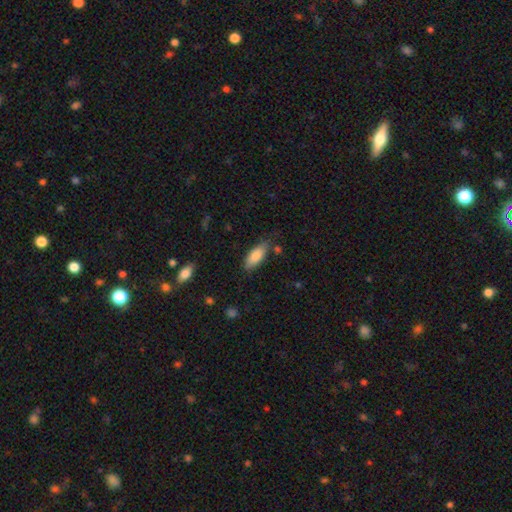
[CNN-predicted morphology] This is clearly a smooth galaxy (84%). How rounded: likely in between (77%). Merging: likely none (75%).